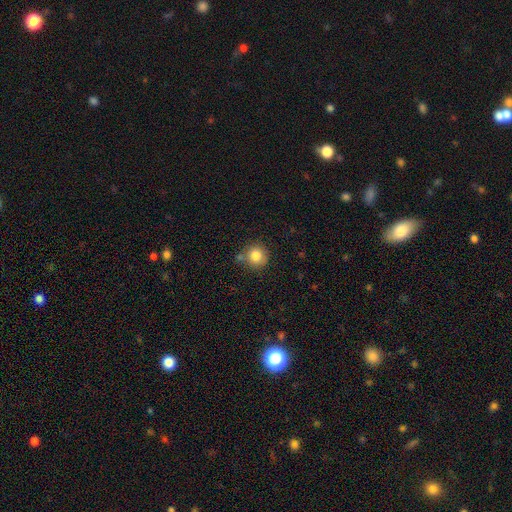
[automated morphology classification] type=smooth (83%); roundness=round (91%); merging=none (72%).